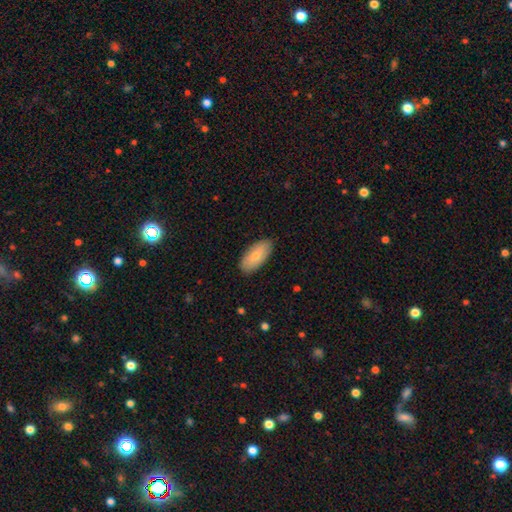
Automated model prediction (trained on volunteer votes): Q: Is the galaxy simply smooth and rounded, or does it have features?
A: smooth — 78%.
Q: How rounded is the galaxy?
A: in between — 90%.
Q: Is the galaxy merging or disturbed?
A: none — 87%.